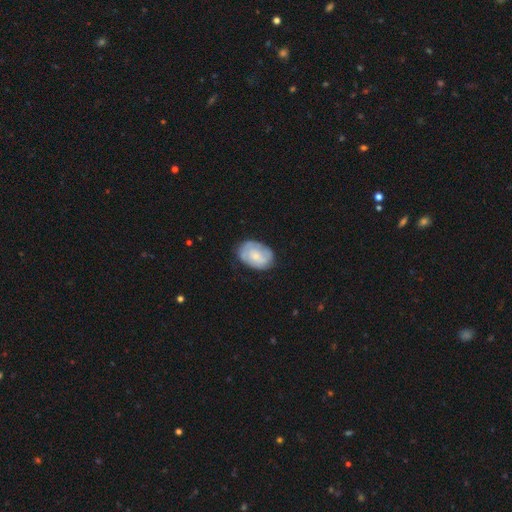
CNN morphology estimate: The model was most divided on "smooth or featured" (2-way tie): smooth: 47%, featured or disk: 47%, star or artifact: 6%. More confident: merging — none (70%).